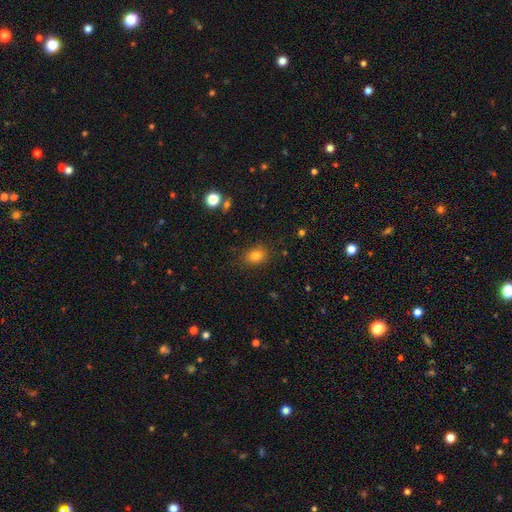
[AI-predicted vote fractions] Morphology: type=smooth (81%); roundness=round (50%); merging=none (85%).